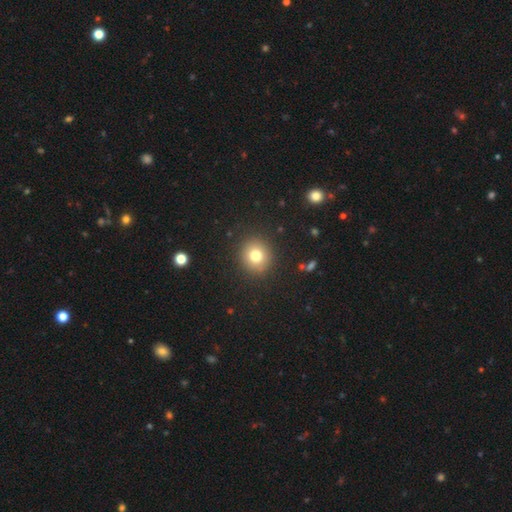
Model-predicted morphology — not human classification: This appears to be a smooth galaxy with no disk features (77%) that is round (89%). Merging: none (90%).